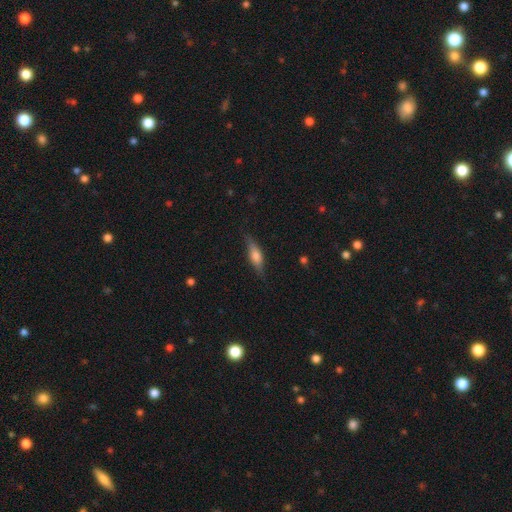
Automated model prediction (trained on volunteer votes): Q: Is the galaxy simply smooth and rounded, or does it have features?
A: smooth — 53%.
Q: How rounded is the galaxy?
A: cigar-shaped — 49%.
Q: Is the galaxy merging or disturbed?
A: none — 78%.